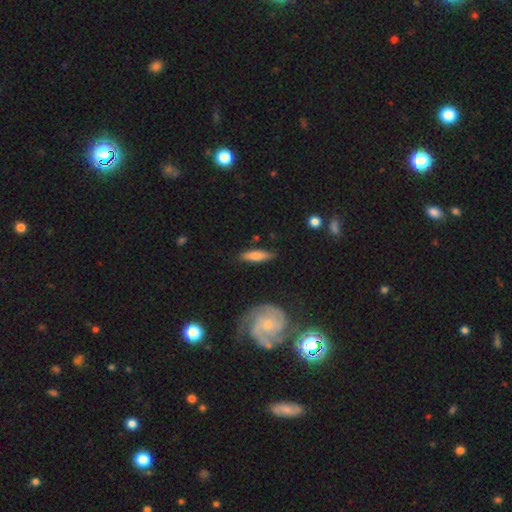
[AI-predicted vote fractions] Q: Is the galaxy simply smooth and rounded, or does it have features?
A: smooth — 66%.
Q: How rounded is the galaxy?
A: cigar-shaped — 66%.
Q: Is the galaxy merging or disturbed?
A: none — 83%.